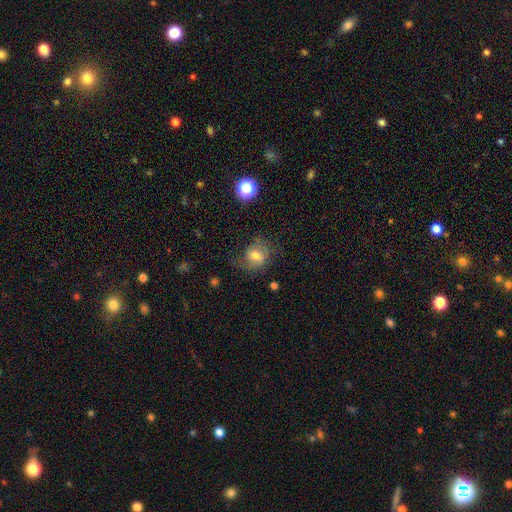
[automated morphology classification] This is possibly a smooth galaxy (55%). How rounded: likely round (62%). Merging: possibly none (52%).